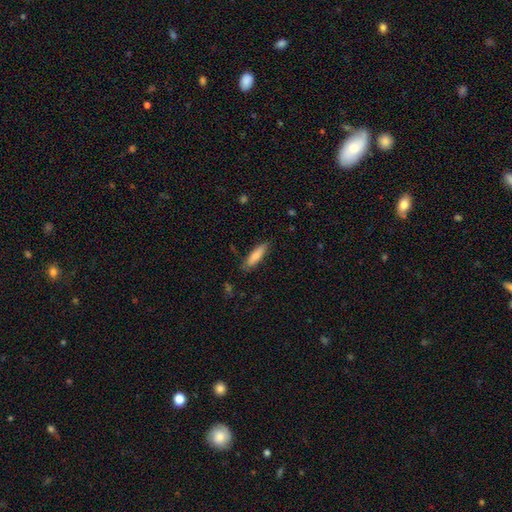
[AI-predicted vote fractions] Smooth or featured?
  - smooth: 76% *
  - featured or disk: 18%
  - star or artifact: 6%
How rounded?
  - cigar-shaped: 62% *
  - in between: 37%
  - round: 2%
Merging?
  - none: 83% *
  - minor disturbance: 13%
  - major disturbance: 2%
  - merger: 1%